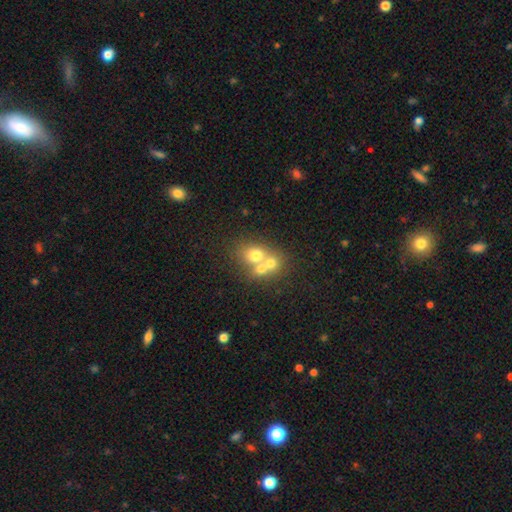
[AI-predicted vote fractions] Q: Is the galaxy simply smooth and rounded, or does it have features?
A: smooth — 64%.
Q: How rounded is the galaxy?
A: round — 67%.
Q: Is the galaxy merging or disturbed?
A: merger — 64%.